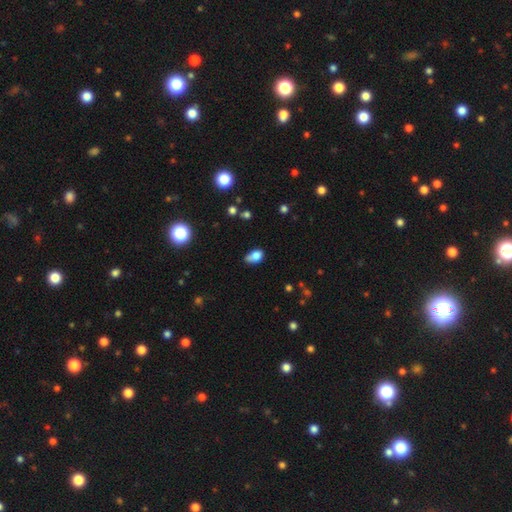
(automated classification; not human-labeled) Overall: smooth (77%). How rounded: in between (80%). Merging: none (41%; minor disturbance 37%).